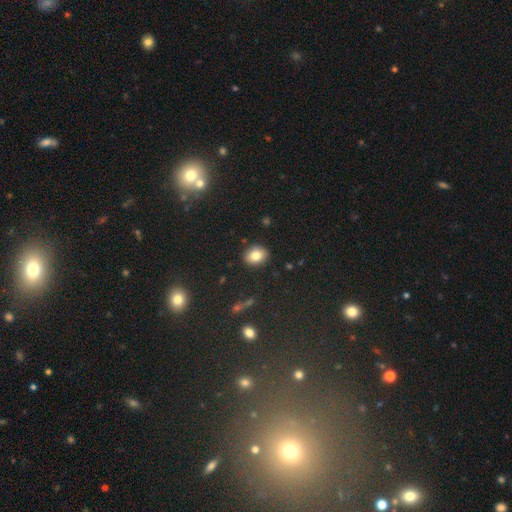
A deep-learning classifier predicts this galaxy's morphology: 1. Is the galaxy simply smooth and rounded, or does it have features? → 81% smooth, 10% star or artifact, 9% featured or disk.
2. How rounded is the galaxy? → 50% round, 49% in between, 1% cigar-shaped.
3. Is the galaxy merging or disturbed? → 88% none, 8% minor disturbance, 2% major disturbance, 1% merger.